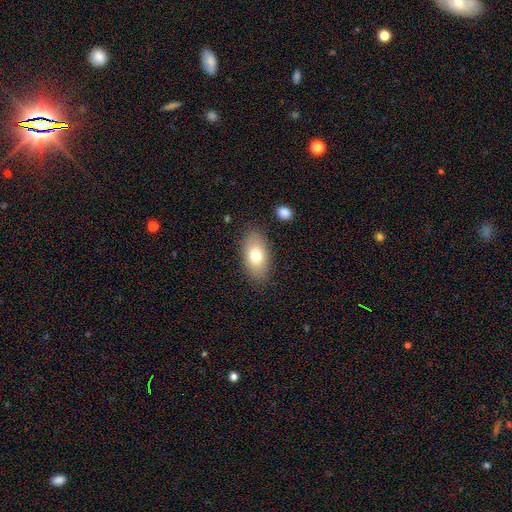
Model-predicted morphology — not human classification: Smooth or featured? Predicted: smooth (p=0.74). How rounded? Predicted: in between (p=0.92). Merging? Predicted: none (p=0.84).